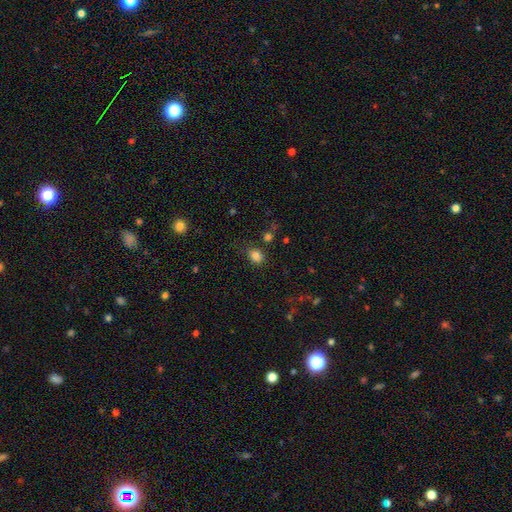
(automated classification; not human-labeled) smooth_or_featured: smooth (p=0.83) [alt: star or artifact p=0.12]
how_rounded: round (p=0.57) [alt: in between p=0.42]
merging: none (p=0.73) [alt: minor disturbance p=0.15]